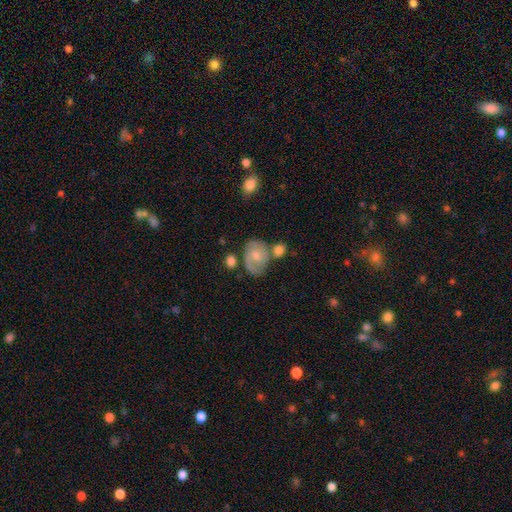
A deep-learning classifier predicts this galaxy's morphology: Smooth or featured? Predicted: featured or disk (p=0.48). Merging? Predicted: none (p=0.48).